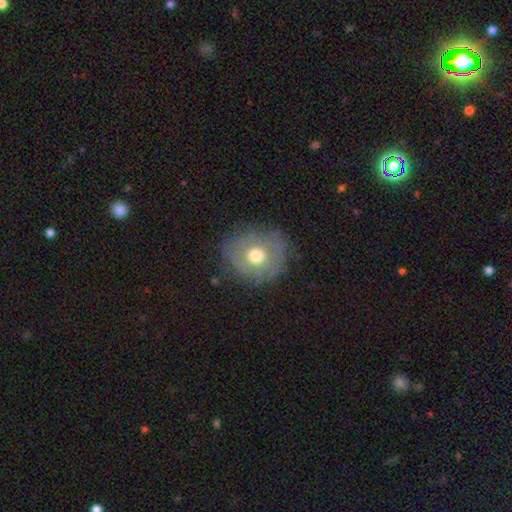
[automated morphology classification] Smooth or featured?
  - smooth: 47% *
  - featured or disk: 44%
  - star or artifact: 10%
Merging?
  - none: 76% *
  - minor disturbance: 16%
  - major disturbance: 7%
  - merger: 1%